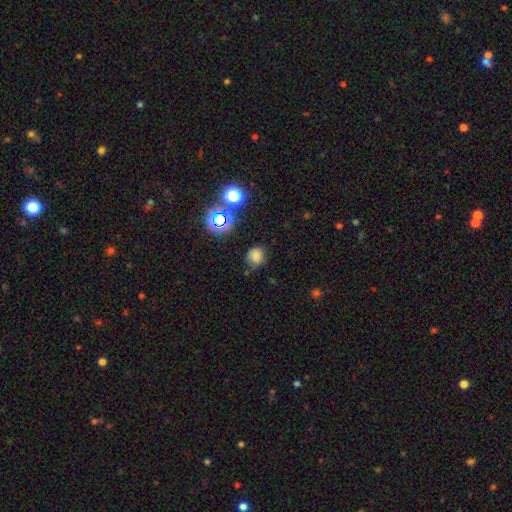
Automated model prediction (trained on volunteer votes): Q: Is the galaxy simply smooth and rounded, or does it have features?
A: smooth — 73%.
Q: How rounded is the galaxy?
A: round — 78%.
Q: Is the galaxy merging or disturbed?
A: none — 75%.